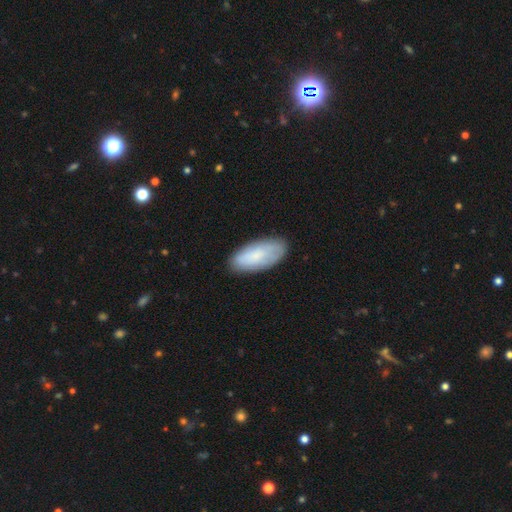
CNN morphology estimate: Overall: smooth (73%). How rounded: in between (89%). Merging: none (81%).